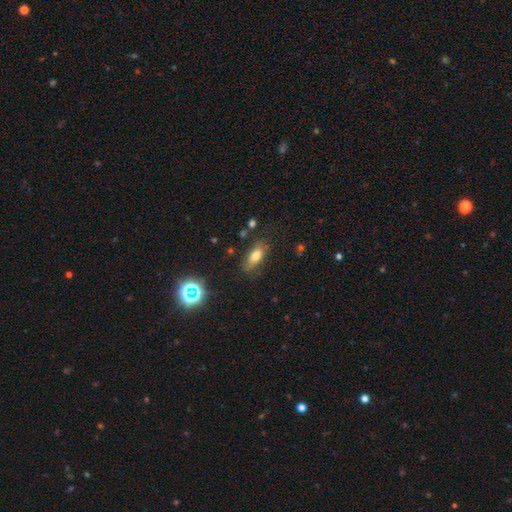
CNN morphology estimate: Smooth or featured: smooth — 71% (featured or disk — 17%)
How rounded: in between — 77% (cigar-shaped — 17%)
Merging: none — 75% (minor disturbance — 17%)